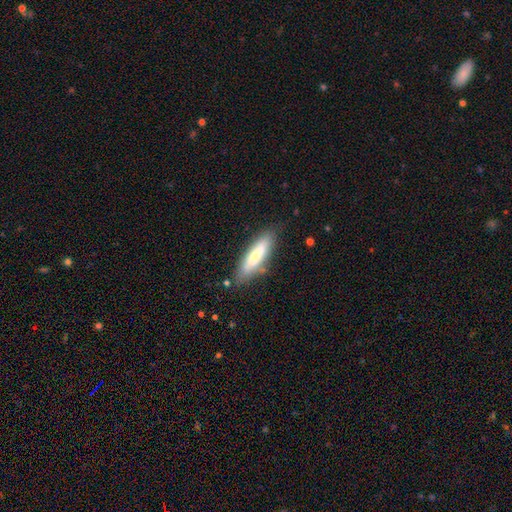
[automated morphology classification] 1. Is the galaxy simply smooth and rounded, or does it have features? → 68% smooth, 26% featured or disk, 6% star or artifact.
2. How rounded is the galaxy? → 66% cigar-shaped, 33% in between, 1% round.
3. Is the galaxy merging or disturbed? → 78% none, 15% minor disturbance, 4% major disturbance, 3% merger.